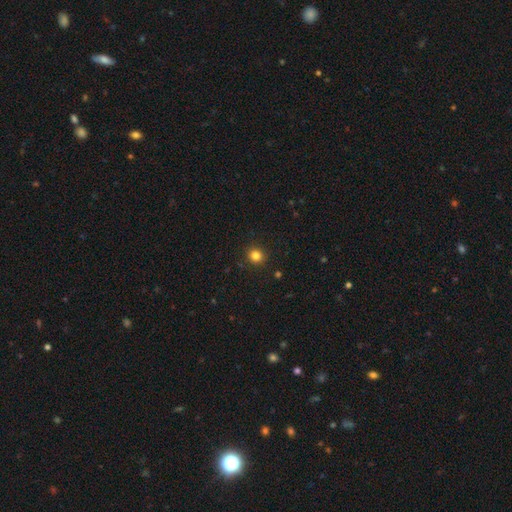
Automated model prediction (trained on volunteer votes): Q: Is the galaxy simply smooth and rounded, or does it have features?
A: smooth — 82%.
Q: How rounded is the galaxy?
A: round — 90%.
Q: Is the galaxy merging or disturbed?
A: none — 92%.